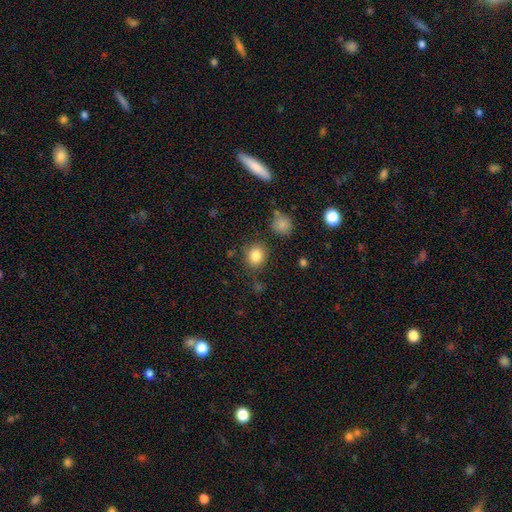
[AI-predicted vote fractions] Smooth or featured? Predicted: smooth (p=0.84). How rounded? Predicted: round (p=0.71). Merging? Predicted: none (p=0.81).